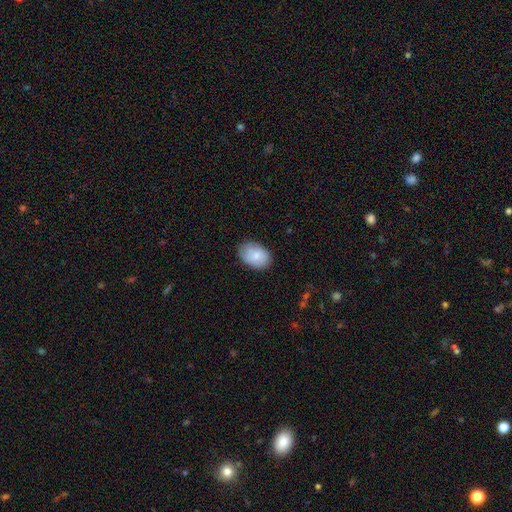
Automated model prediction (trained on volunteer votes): Q: Smooth or featured?
A: smooth (81%); runner-up: featured or disk (13%)
Q: How rounded?
A: in between (84%); runner-up: round (15%)
Q: Merging?
A: none (81%); runner-up: minor disturbance (15%)